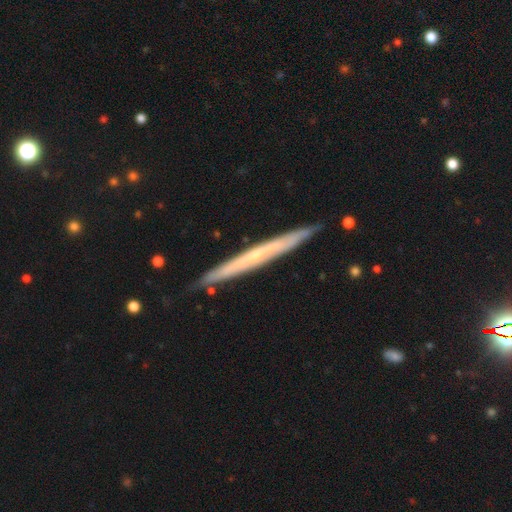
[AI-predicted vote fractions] This appears to be a featured or disk galaxy (67%) viewed edge-on (93%) with no central bulge (63%). Merging: none (88%).